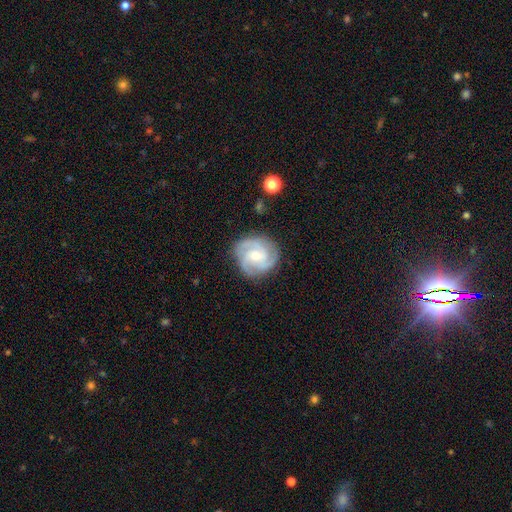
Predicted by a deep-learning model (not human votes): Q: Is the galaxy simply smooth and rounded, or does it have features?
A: featured or disk — 86%.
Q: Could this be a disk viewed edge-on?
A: no — 98%.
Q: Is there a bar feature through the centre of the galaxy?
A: no — 68%.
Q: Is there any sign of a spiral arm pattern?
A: yes — 98%.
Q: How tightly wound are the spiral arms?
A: tight — 55%.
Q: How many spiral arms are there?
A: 3 — 65%.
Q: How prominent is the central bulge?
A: moderate — 50%.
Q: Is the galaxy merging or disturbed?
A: none — 82%.